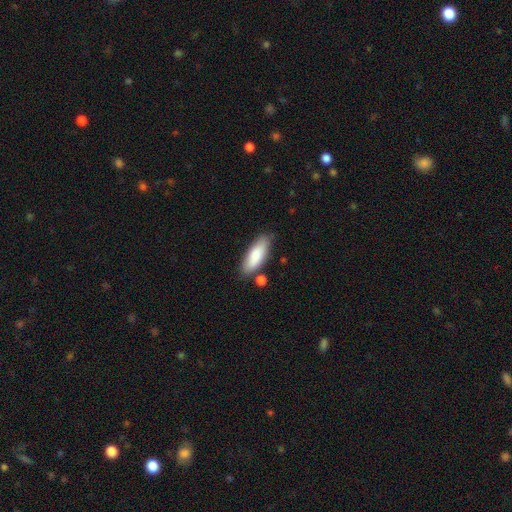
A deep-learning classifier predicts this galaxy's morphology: Q: Smooth or featured?
A: smooth (83%); runner-up: featured or disk (11%)
Q: How rounded?
A: in between (68%); runner-up: cigar-shaped (30%)
Q: Merging?
A: none (75%); runner-up: minor disturbance (14%)